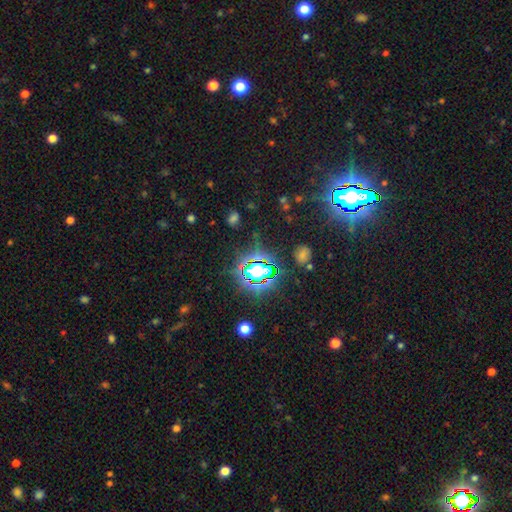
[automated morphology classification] Smooth or featured: star or artifact — 78% (smooth — 14%)